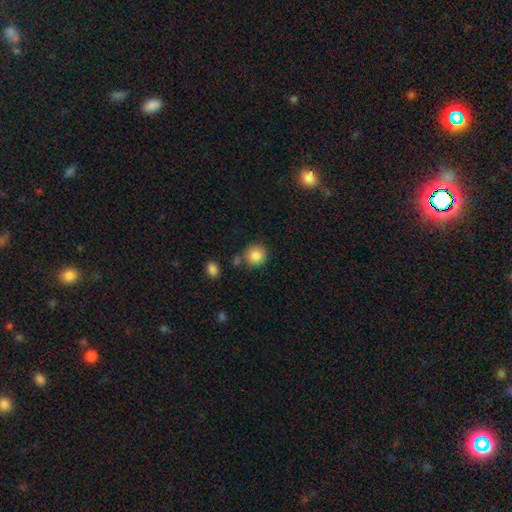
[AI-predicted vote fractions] Morphology: type=smooth (85%); roundness=round (91%); merging=none (76%).